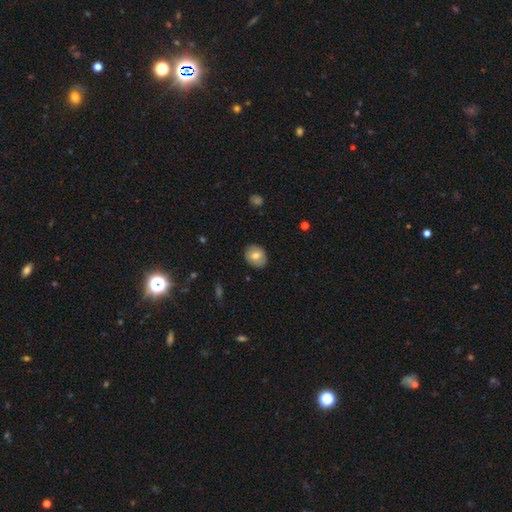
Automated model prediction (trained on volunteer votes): smooth-or-featured: smooth: 72% | featured or disk: 20% | star or artifact: 8%
  how-rounded: round: 58% | in between: 41% | cigar-shaped: 1%
  merging: none: 84% | minor disturbance: 12% | major disturbance: 2% | merger: 1%